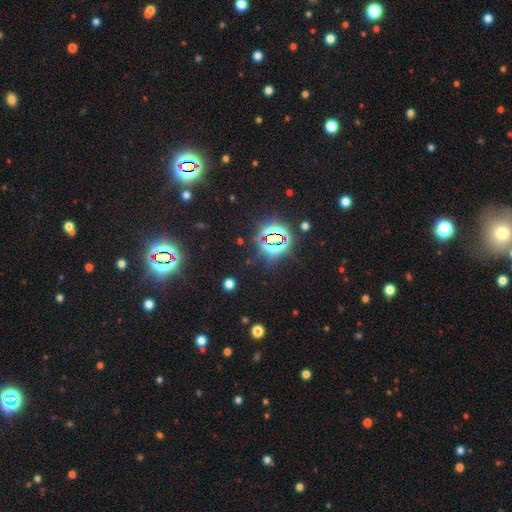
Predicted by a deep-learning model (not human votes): A star or artifact, not a galaxy (82%).